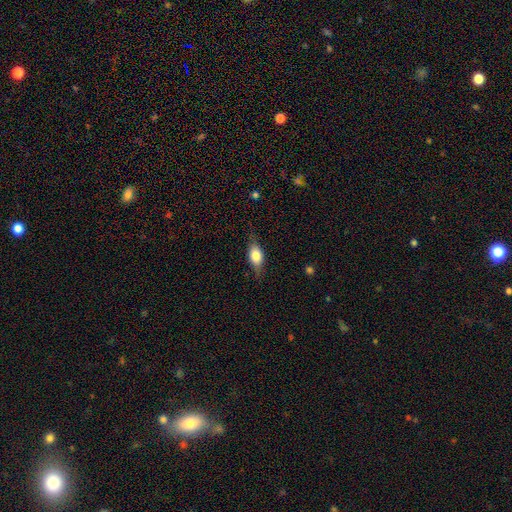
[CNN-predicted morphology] This is likely a smooth galaxy (60%). How rounded: likely in between (75%). Merging: likely none (75%).